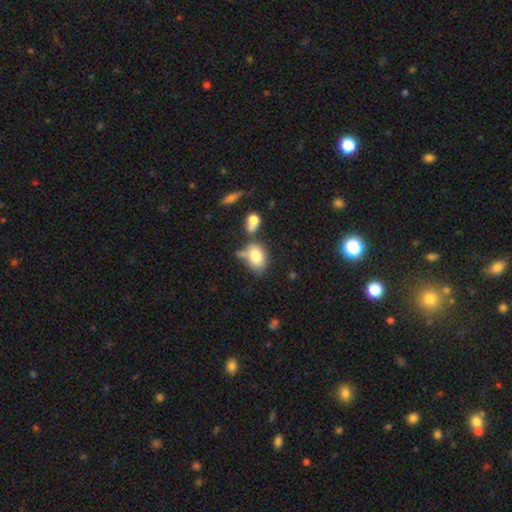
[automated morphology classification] This is likely a smooth galaxy (79%). How rounded: likely in between (79%). Merging: marginally none (44%).